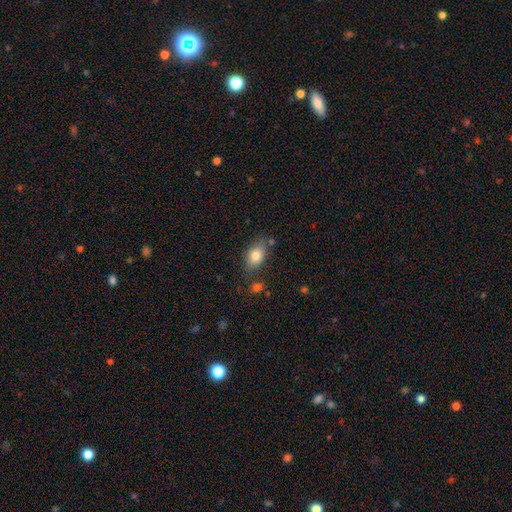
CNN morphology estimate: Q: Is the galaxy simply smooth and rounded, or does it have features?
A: smooth — 80%.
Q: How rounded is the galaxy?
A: in between — 83%.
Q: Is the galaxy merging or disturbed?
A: none — 70%.